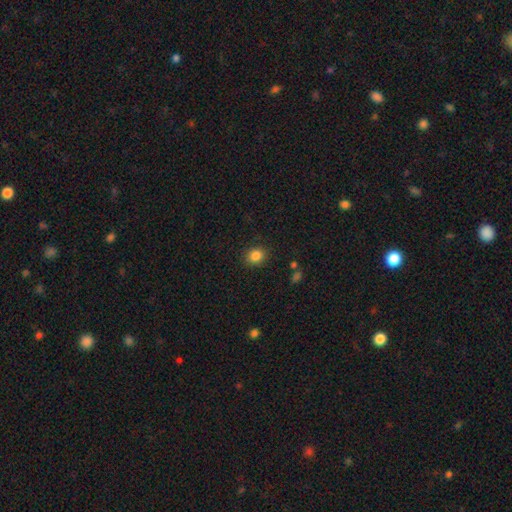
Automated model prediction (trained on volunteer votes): Q: Smooth or featured?
A: smooth (85%); runner-up: star or artifact (11%)
Q: How rounded?
A: round (70%); runner-up: in between (29%)
Q: Merging?
A: none (88%); runner-up: minor disturbance (8%)